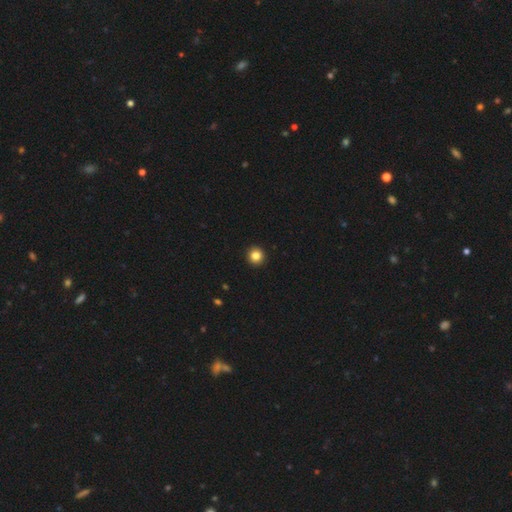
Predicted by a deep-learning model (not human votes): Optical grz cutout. It shows a smooth galaxy with no disk features (84%) that is round (95%). Merging: none (94%).